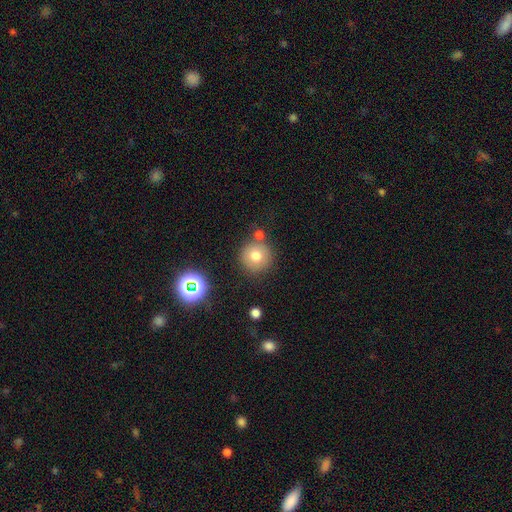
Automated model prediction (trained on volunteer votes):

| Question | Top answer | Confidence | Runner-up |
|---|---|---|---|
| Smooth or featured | smooth | 74% | star or artifact (14%) |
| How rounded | round | 95% | in between (4%) |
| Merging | none | 77% | merger (10%) |